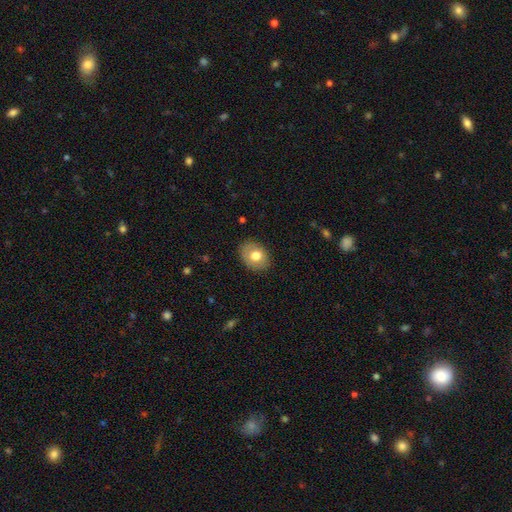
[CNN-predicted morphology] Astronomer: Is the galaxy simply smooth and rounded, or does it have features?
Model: smooth — 73%.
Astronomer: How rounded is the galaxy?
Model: in between — 58% (runner-up: round, 41%).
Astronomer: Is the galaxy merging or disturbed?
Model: none — 84%.